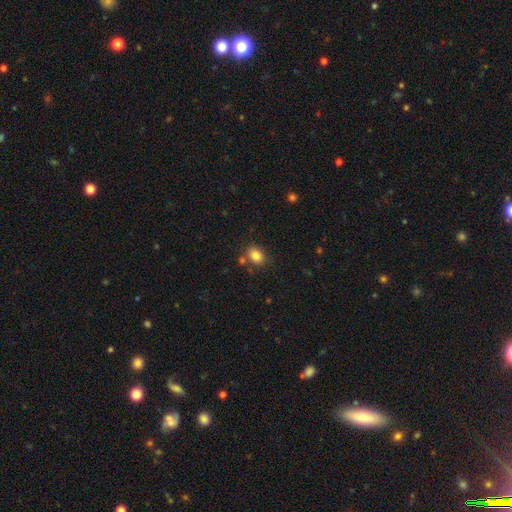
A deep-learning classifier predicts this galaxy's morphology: A smooth galaxy with no disk features (84%) that is in between round and cigar-shaped (68%). Merging: none (75%).